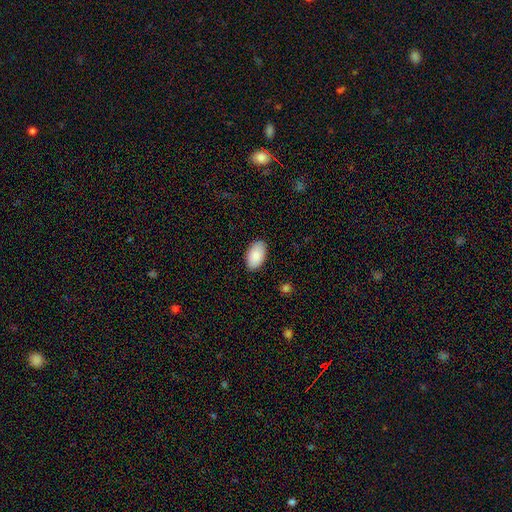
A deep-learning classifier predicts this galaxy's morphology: Smooth or featured? Predicted: smooth (p=0.88). How rounded? Predicted: in between (p=0.95). Merging? Predicted: none (p=0.88).